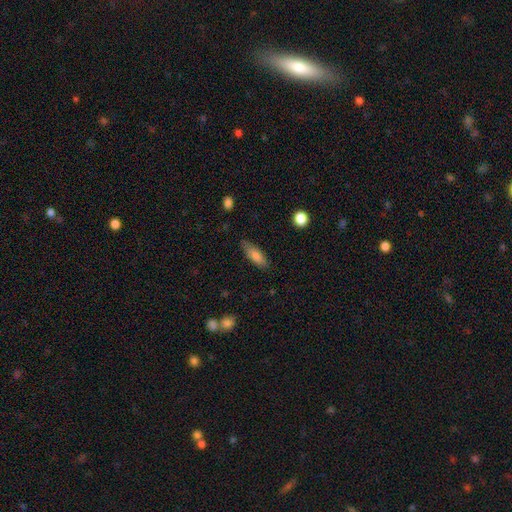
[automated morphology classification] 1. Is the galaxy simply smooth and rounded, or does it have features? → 76% smooth, 18% featured or disk, 6% star or artifact.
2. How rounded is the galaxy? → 54% in between, 44% cigar-shaped, 2% round.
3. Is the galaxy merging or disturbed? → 79% none, 16% minor disturbance, 3% major disturbance, 2% merger.